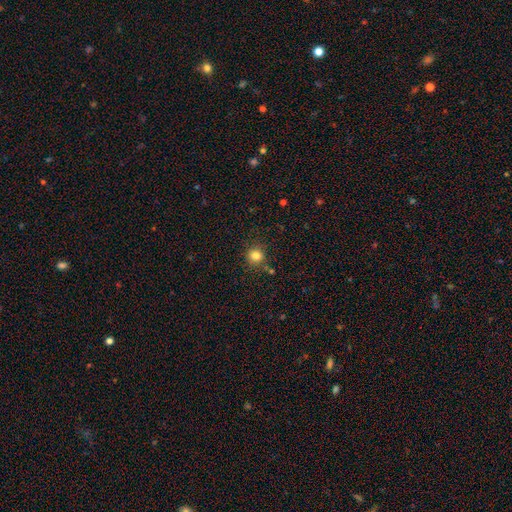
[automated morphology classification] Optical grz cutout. It shows a smooth galaxy with no disk features (82%) that is round (91%). Merging: none (82%).